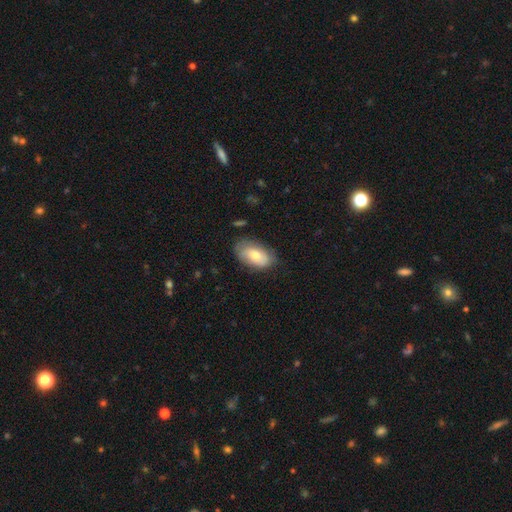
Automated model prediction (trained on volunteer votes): Smooth or featured?
  - smooth: 70% *
  - featured or disk: 23%
  - star or artifact: 7%
How rounded?
  - in between: 93% *
  - round: 5%
  - cigar-shaped: 2%
Merging?
  - none: 69% *
  - minor disturbance: 23%
  - major disturbance: 6%
  - merger: 2%